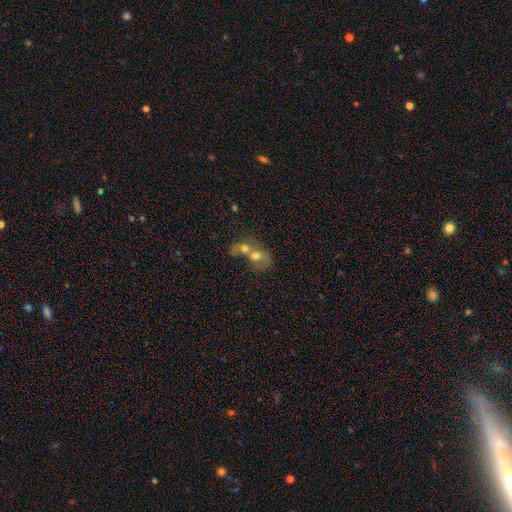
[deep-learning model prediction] This appears to be a smooth galaxy with no disk features (60%) that is round (54%). Merging: merger (78%).